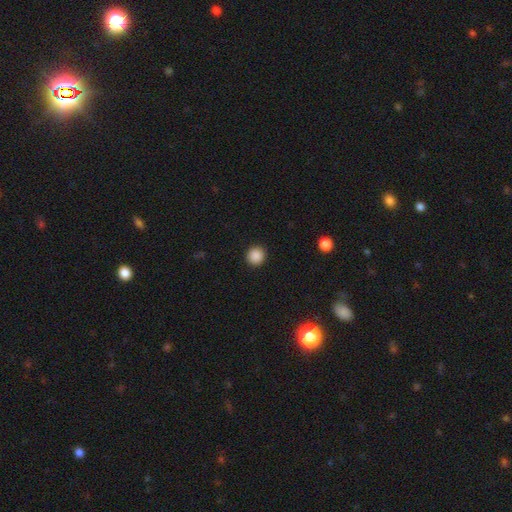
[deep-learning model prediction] Overall: smooth (88%). How rounded: round (94%). Merging: none (92%).